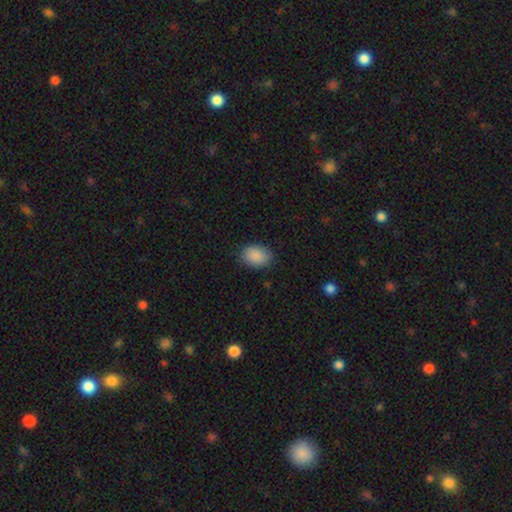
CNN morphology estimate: Overall: smooth (89%). How rounded: in between (77%). Merging: none (85%).